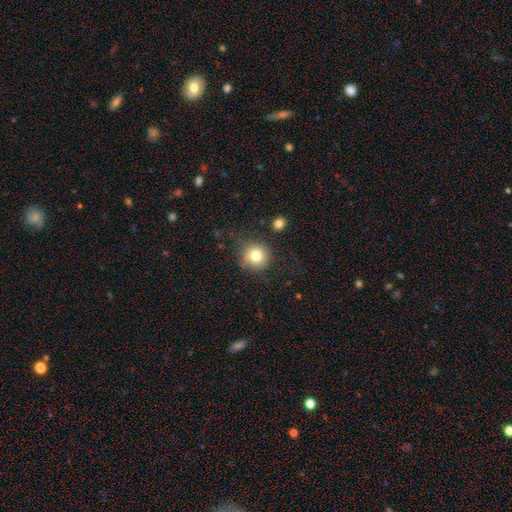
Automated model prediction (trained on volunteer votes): This is likely a smooth galaxy (79%). How rounded: clearly round (93%). Merging: clearly none (81%).